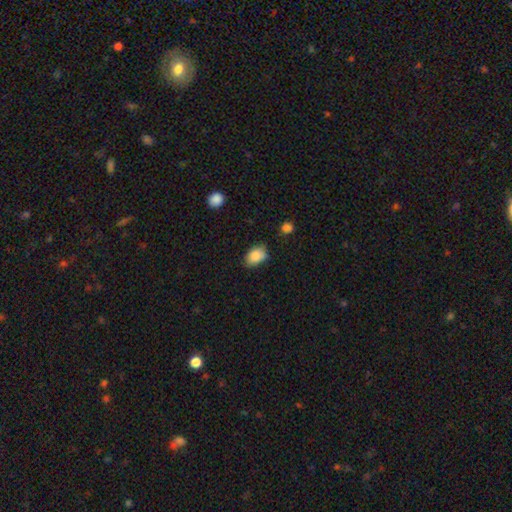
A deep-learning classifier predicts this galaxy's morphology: A smooth galaxy with no disk features (86%) that is in between round and cigar-shaped (82%).

Vote fractions:
- Smooth or featured? smooth: 86% / star or artifact: 8% / featured or disk: 6%
- How rounded? in between: 82% / round: 17% / cigar-shaped: 1%
- Merging? none: 68% / minor disturbance: 25% / major disturbance: 4% / merger: 2%